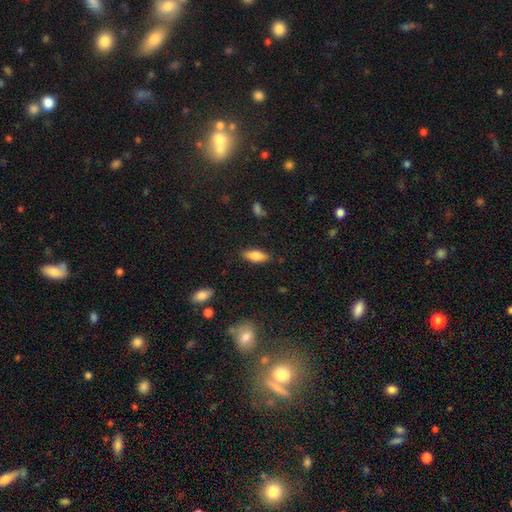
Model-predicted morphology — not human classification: smooth_or_featured: smooth (p=0.77) [alt: featured or disk p=0.16]
how_rounded: in between (p=0.73) [alt: cigar-shaped p=0.25]
merging: none (p=0.85) [alt: minor disturbance p=0.11]